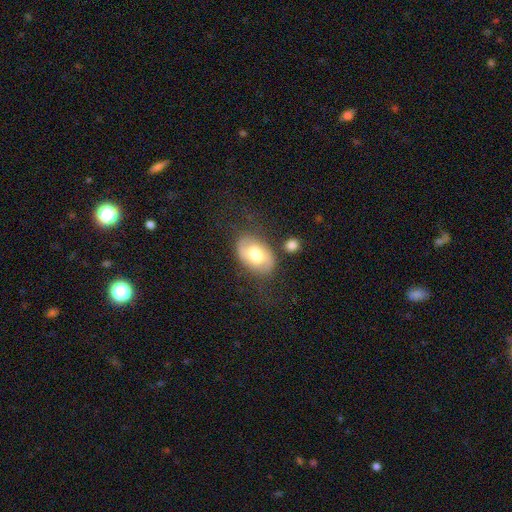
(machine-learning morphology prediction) This appears to be a smooth galaxy with no disk features (53%) that is in between round and cigar-shaped (88%). Merging: none (69%).